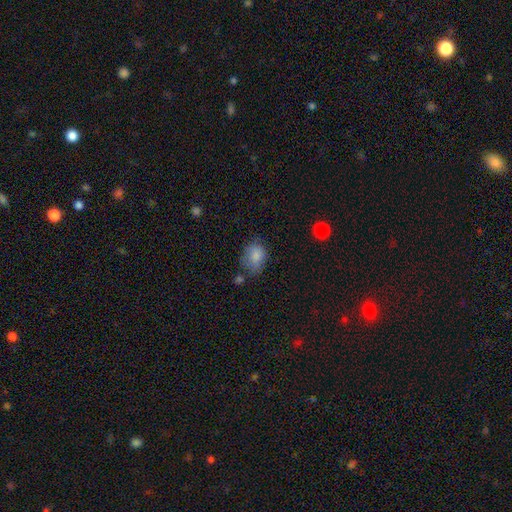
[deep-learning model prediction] smooth 81%, featured or disk 10%, star or artifact 9%. Down the decision tree: how rounded — in between (61%); merging — none (52%).